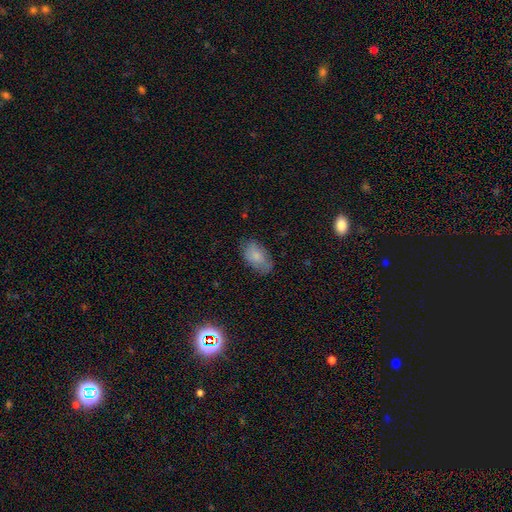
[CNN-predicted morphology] Smooth or featured? smooth (79%)
How rounded? in between (93%)
Merging? none (74%)